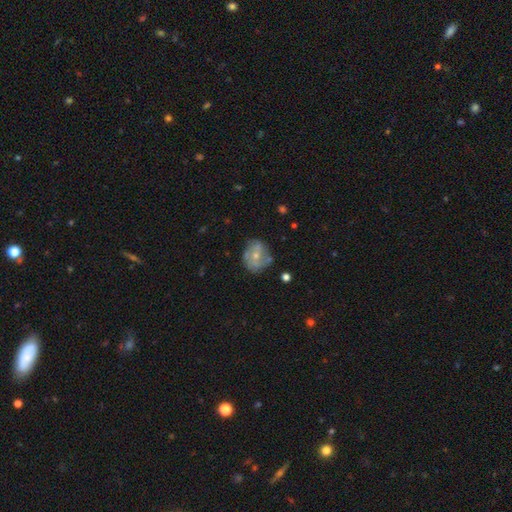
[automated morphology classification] A featured or disk galaxy (61%) with no bar (73%), spiral arms (68%) and a small central bulge (51%). Merging: none (64%).